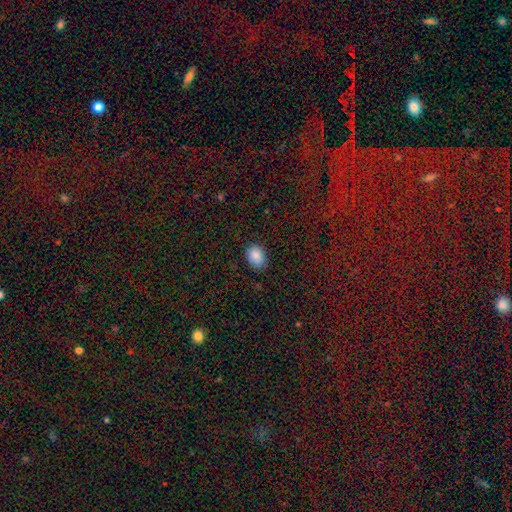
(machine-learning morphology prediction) A smooth galaxy with no disk features (87%) that is in between round and cigar-shaped (75%). Merging: none (81%).